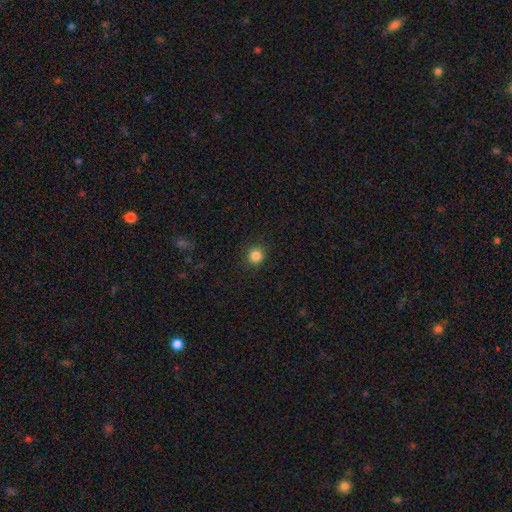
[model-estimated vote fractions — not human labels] Morphology: type=smooth (85%); roundness=round (93%); merging=none (89%).